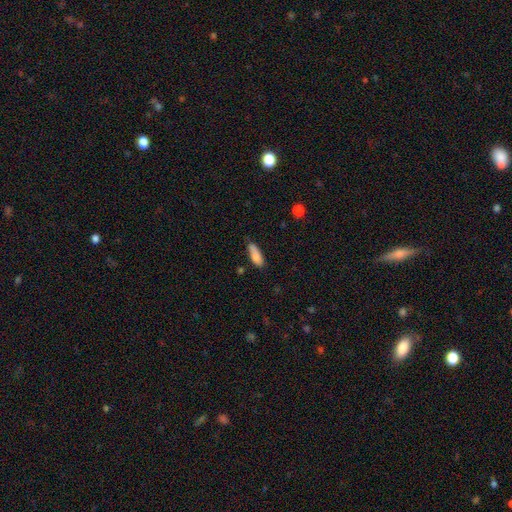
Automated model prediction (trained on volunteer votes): smooth_or_featured: smooth (p=0.82) [alt: featured or disk p=0.11]
how_rounded: in between (p=0.57) [alt: cigar-shaped p=0.41]
merging: none (p=0.64) [alt: minor disturbance p=0.26]